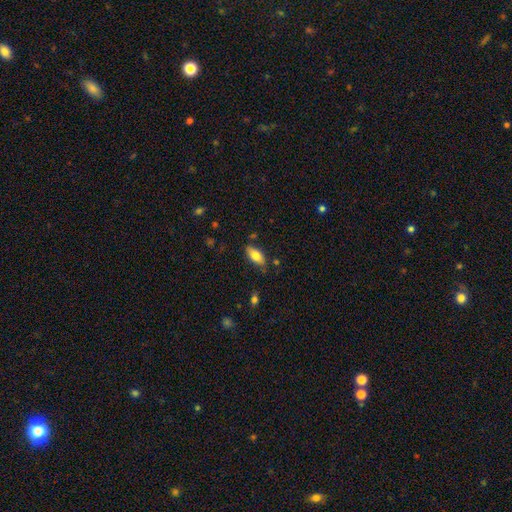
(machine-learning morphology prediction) type=smooth (76%); roundness=in between (87%); merging=none (78%).